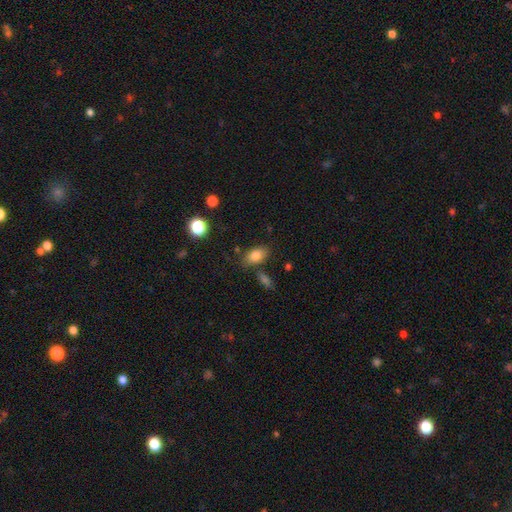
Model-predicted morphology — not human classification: This is clearly a smooth galaxy (81%). How rounded: clearly in between (88%). Merging: likely none (75%).